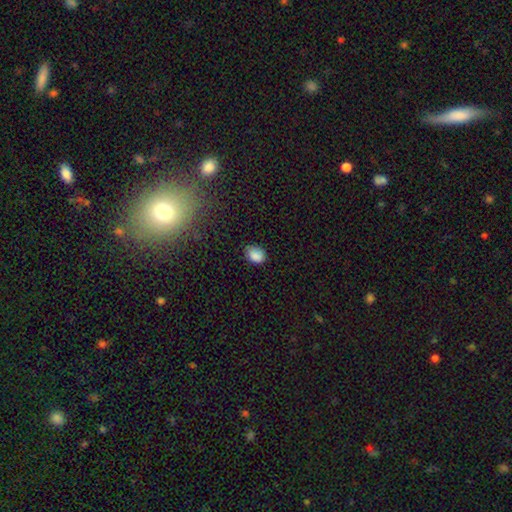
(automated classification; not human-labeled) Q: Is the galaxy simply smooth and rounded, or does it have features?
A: smooth — 84%.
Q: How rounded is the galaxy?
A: in between — 69%.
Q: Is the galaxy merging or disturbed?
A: none — 69%.